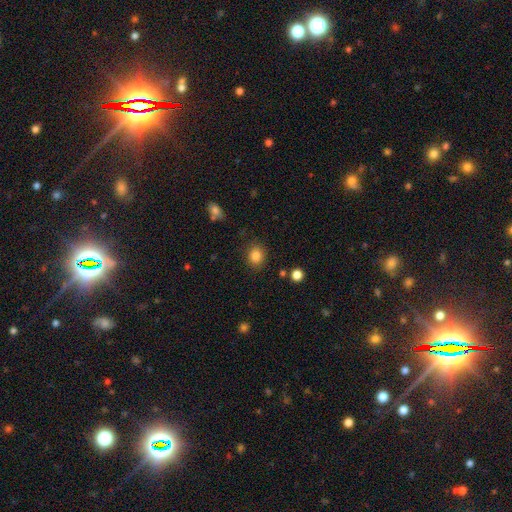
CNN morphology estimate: A smooth galaxy with no disk features (84%) that is round (70%). Merging: none (85%).